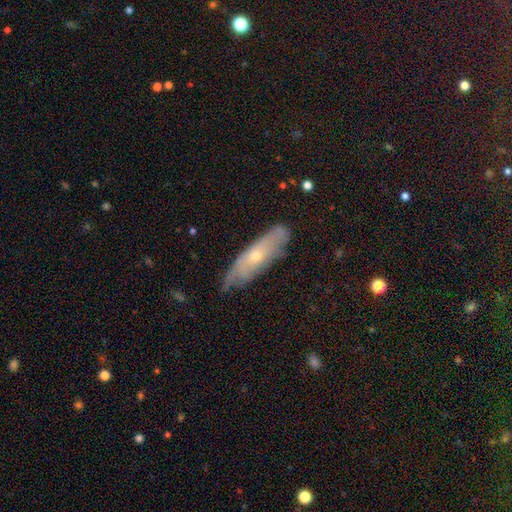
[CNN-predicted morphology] This is possibly a featured or disk galaxy (54%). It is likely not viewed edge-on (60%). Merging: likely none (60%).